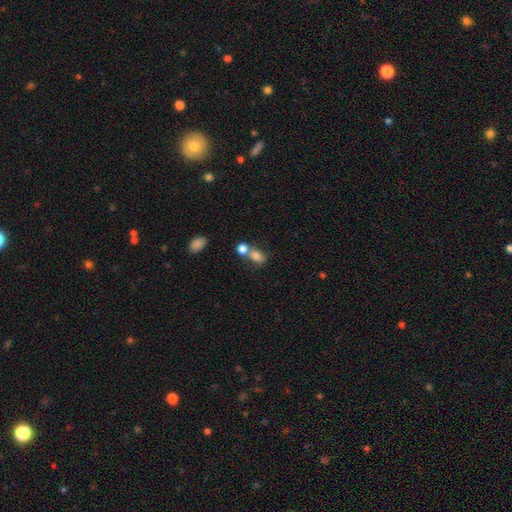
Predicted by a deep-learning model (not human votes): Smooth or featured? smooth (78%)
How rounded? in between (66%)
Merging? merger (52%)